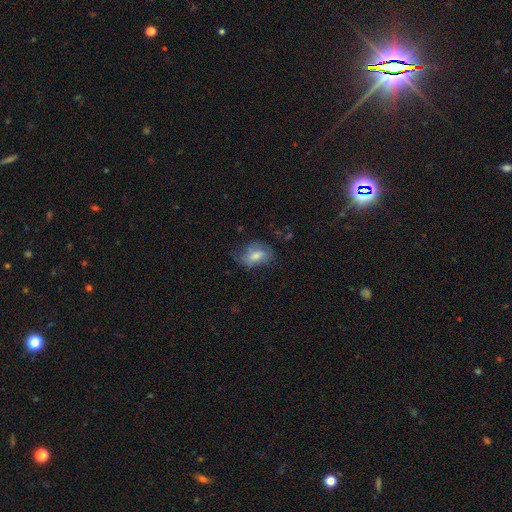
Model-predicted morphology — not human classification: smooth 67%, featured or disk 25%, star or artifact 8%. Down the decision tree: how rounded — in between (84%); merging — none (49%).